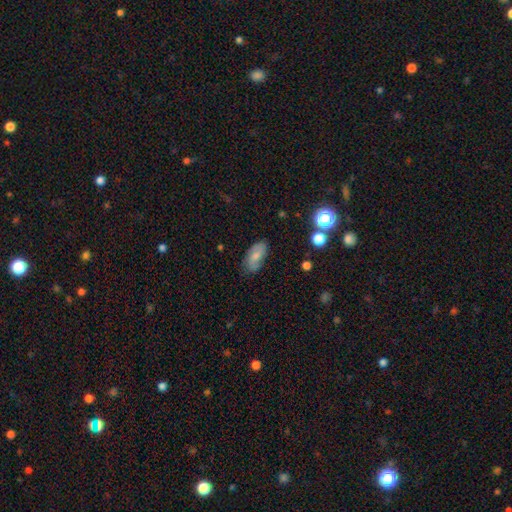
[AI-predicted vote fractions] smooth-or-featured: smooth: 62% | featured or disk: 29% | star or artifact: 8%
  how-rounded: in between: 90% | cigar-shaped: 6% | round: 4%
  merging: none: 74% | minor disturbance: 19% | major disturbance: 5% | merger: 2%